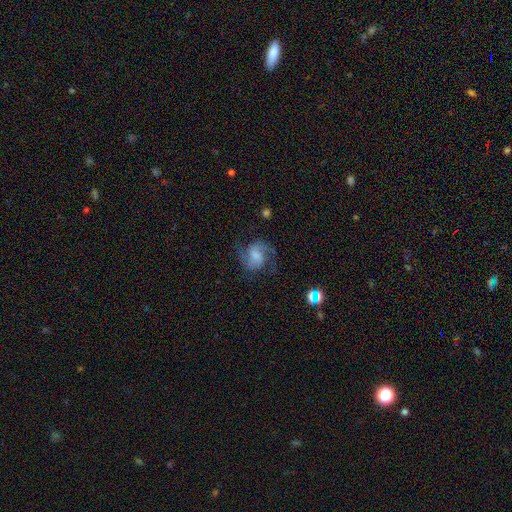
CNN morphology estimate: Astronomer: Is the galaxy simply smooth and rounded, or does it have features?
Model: featured or disk — 77%.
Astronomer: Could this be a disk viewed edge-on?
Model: no — 98%.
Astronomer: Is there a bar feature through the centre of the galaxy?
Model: no — 45% (runner-up: weak, 44%).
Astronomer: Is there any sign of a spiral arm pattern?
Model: yes — 95%.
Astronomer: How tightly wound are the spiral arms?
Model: medium — 53% (runner-up: loose, 32%).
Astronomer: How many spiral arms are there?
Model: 2 — 89%.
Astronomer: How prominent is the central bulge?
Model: none — 30% (runner-up: moderate, 28%).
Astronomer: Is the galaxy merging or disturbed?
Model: none — 71%.